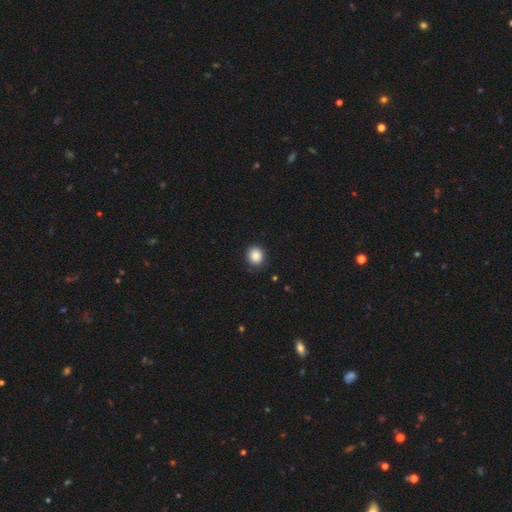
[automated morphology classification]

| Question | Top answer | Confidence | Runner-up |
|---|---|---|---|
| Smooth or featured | smooth | 87% | star or artifact (9%) |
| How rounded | round | 84% | in between (15%) |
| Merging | none | 86% | minor disturbance (10%) |